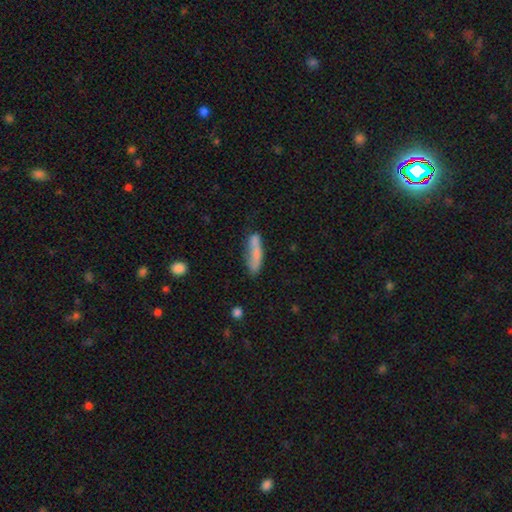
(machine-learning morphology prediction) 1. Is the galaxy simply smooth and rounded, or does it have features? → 74% smooth, 19% featured or disk, 7% star or artifact.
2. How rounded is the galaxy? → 72% cigar-shaped, 26% in between, 2% round.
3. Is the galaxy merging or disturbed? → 58% none, 25% minor disturbance, 9% major disturbance, 8% merger.